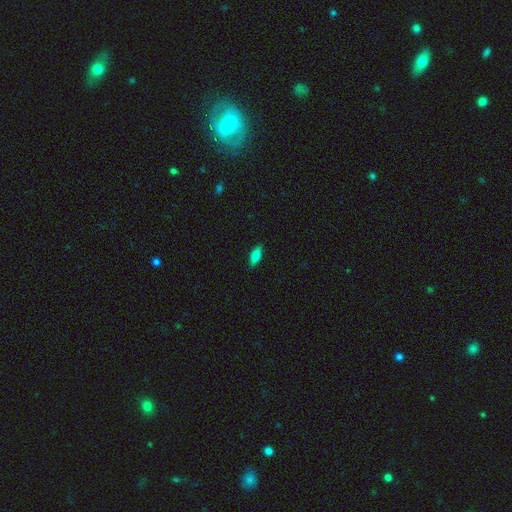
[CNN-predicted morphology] smooth 77%, featured or disk 16%, star or artifact 7%. Down the decision tree: how rounded — in between (70%); merging — none (88%).